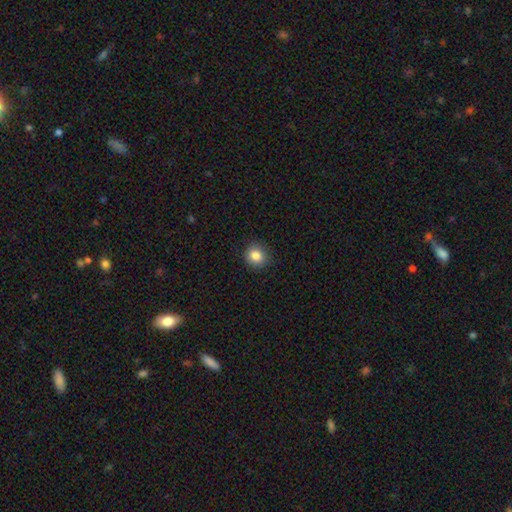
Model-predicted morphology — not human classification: This is clearly a smooth galaxy (84%). How rounded: clearly round (84%). Merging: clearly none (89%).